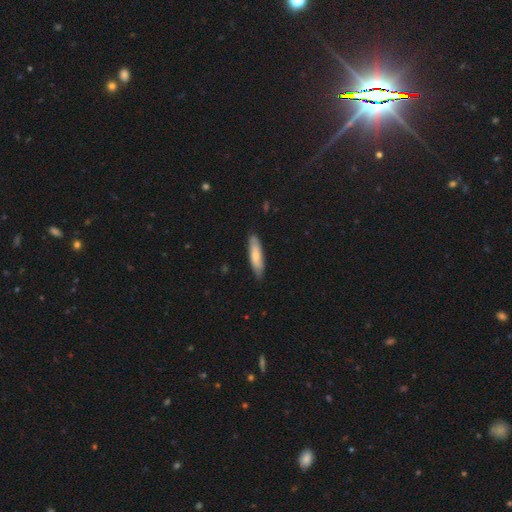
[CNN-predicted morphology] This is likely a smooth galaxy (73%). How rounded: likely cigar-shaped (67%). Merging: clearly none (83%).